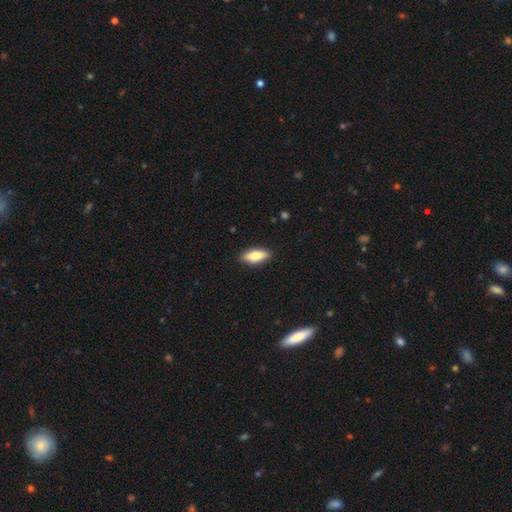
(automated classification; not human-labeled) Morphology: type=smooth (74%); roundness=in between (71%); merging=none (88%).